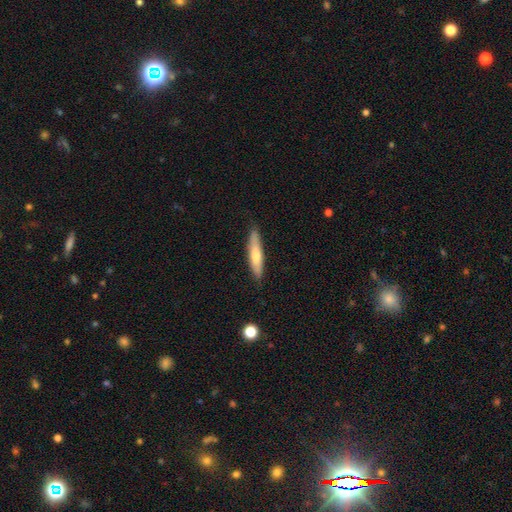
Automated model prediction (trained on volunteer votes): smooth 59%, featured or disk 35%, star or artifact 6%. Down the decision tree: how rounded — cigar-shaped (84%); merging — none (86%).